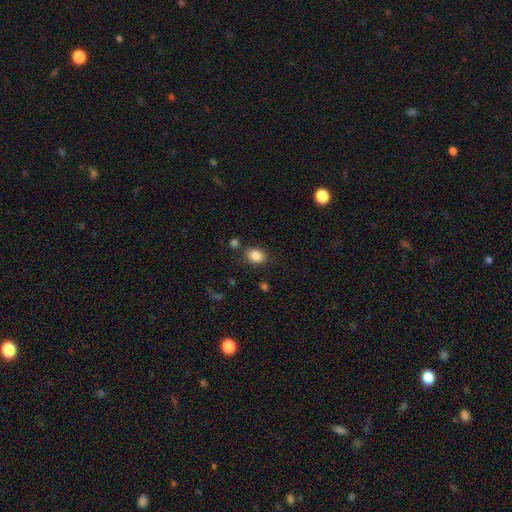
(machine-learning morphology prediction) This appears to be a smooth galaxy with no disk features (86%) that is in between round and cigar-shaped (54%). Merging: none (78%).